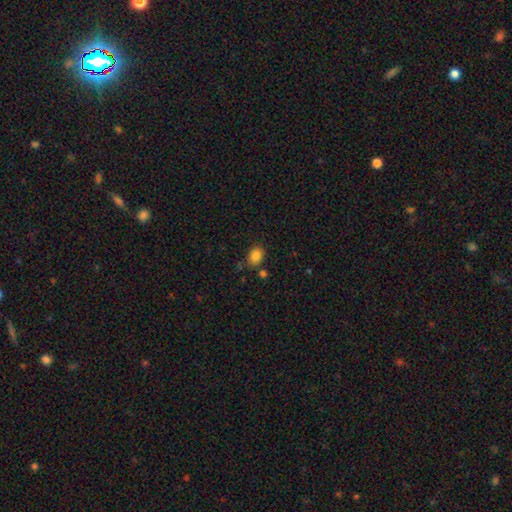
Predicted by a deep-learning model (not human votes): Morphology: type=smooth (84%); roundness=in between (64%); merging=none (77%).